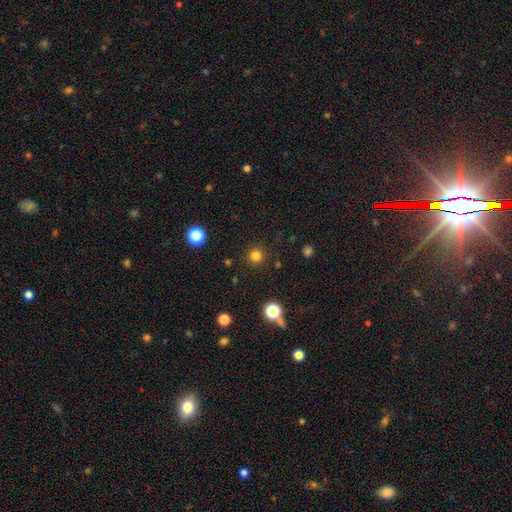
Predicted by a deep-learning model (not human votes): smooth_or_featured: smooth (p=0.80) [alt: star or artifact p=0.15]
how_rounded: round (p=0.96) [alt: in between p=0.03]
merging: none (p=0.91) [alt: minor disturbance p=0.06]